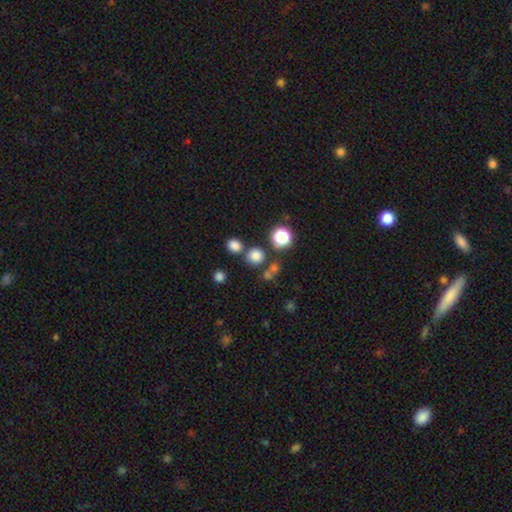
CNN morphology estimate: smooth_or_featured: smooth (p=0.76) [alt: star or artifact p=0.18]
how_rounded: round (p=0.89) [alt: in between p=0.10]
merging: none (p=0.73) [alt: merger p=0.16]